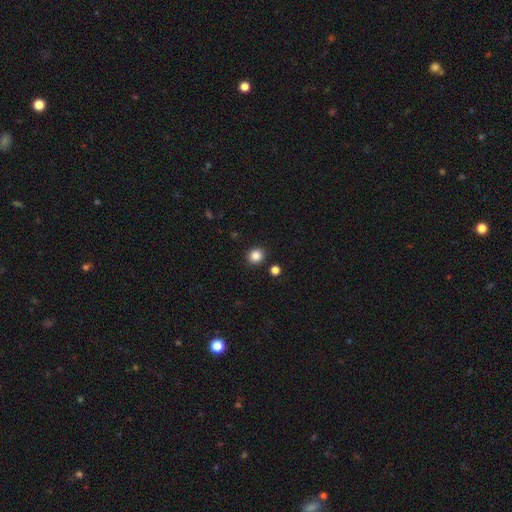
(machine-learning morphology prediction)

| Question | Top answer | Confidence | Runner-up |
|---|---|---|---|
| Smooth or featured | smooth | 85% | star or artifact (11%) |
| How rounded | round | 85% | in between (14%) |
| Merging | none | 89% | minor disturbance (6%) |